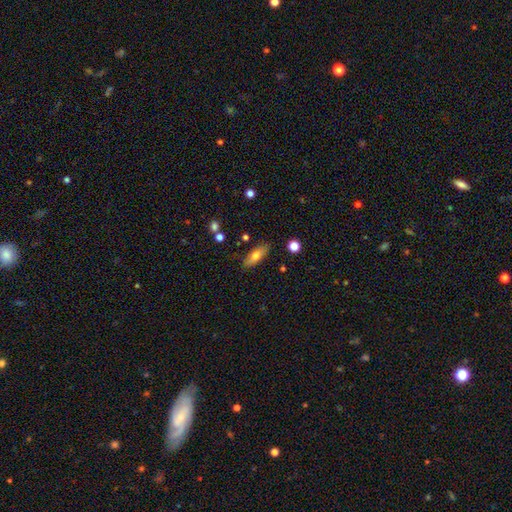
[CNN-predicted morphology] smooth_or_featured: smooth (p=0.68) [alt: featured or disk p=0.24]
how_rounded: in between (p=0.62) [alt: cigar-shaped p=0.35]
merging: none (p=0.85) [alt: minor disturbance p=0.11]